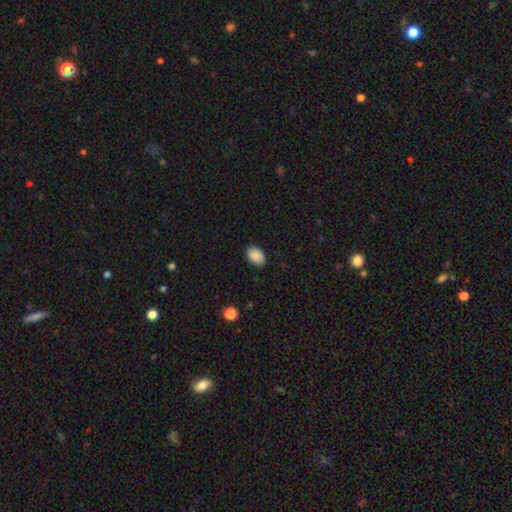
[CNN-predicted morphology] Smooth or featured? smooth (89%)
How rounded? in between (86%)
Merging? none (88%)